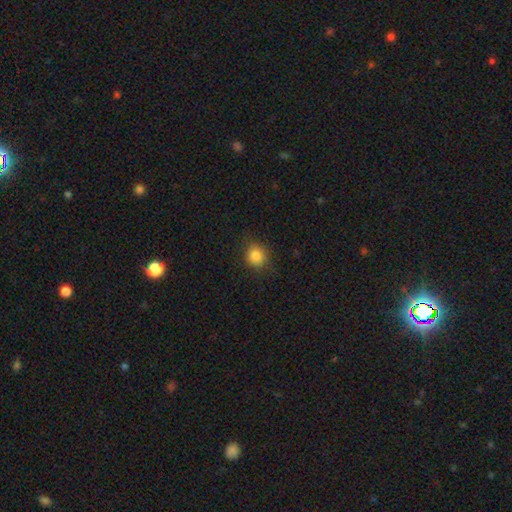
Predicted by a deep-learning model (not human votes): smooth 84%, star or artifact 11%, featured or disk 5%. Down the decision tree: how rounded — round (85%); merging — none (85%).